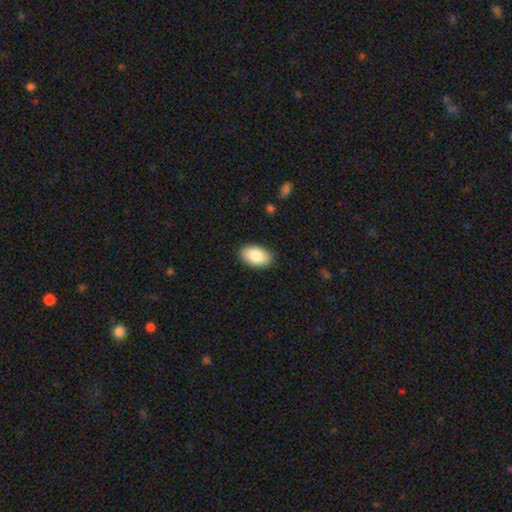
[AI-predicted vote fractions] Overall: smooth (84%). How rounded: in between (93%). Merging: none (87%).